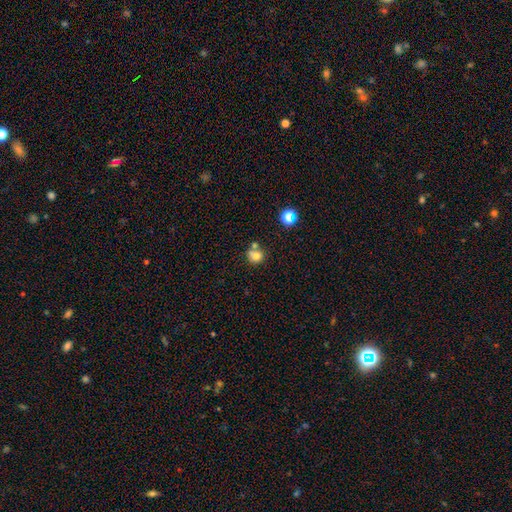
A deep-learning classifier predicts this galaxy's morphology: Smooth or featured? Predicted: smooth (p=0.73). How rounded? Predicted: round (p=0.80). Merging? Predicted: none (p=0.47).